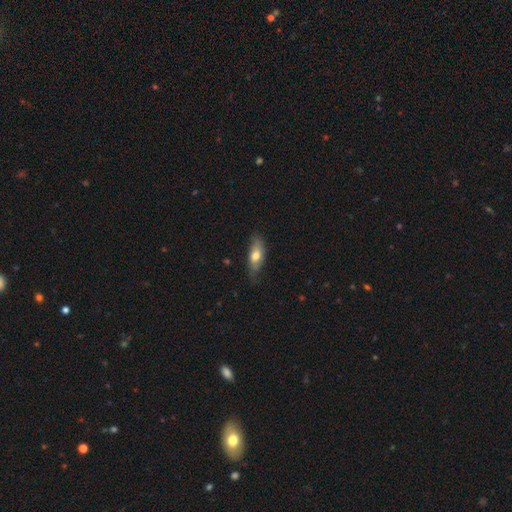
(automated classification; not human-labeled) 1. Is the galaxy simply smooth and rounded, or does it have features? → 66% smooth, 27% featured or disk, 6% star or artifact.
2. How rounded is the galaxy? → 70% in between, 27% cigar-shaped, 3% round.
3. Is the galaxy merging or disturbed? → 67% none, 26% minor disturbance, 5% major disturbance, 1% merger.